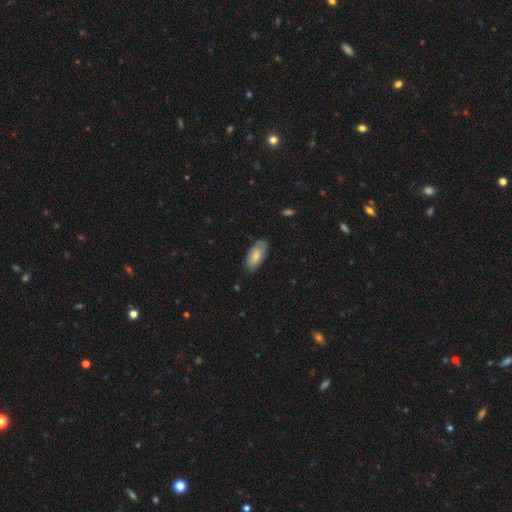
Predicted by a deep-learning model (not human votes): Smooth or featured? Predicted: smooth (p=0.77). How rounded? Predicted: in between (p=0.88). Merging? Predicted: none (p=0.77).